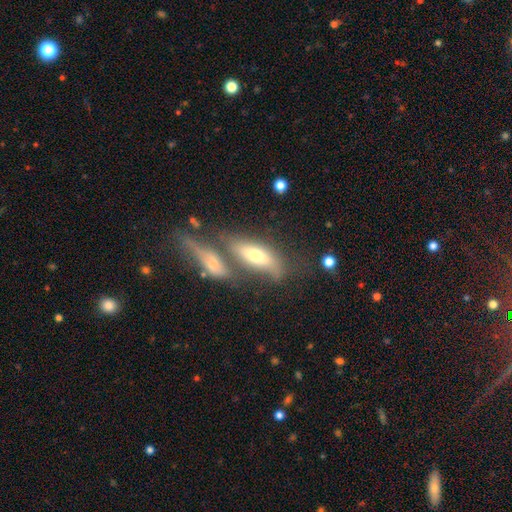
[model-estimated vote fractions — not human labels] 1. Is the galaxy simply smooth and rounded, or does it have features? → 53% smooth, 38% featured or disk, 8% star or artifact.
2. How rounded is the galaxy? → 62% in between, 35% cigar-shaped, 3% round.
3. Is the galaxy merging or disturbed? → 43% merger, 32% none, 14% minor disturbance, 10% major disturbance.